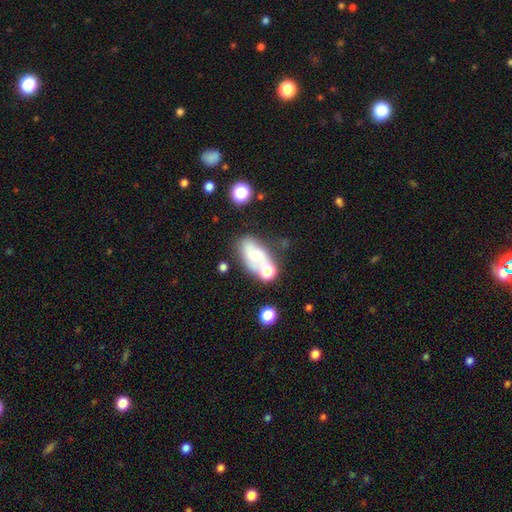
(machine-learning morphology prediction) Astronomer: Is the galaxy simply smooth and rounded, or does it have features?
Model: smooth — 46% (runner-up: featured or disk, 42%).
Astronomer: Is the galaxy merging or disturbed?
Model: none — 37% (runner-up: merger, 32%).